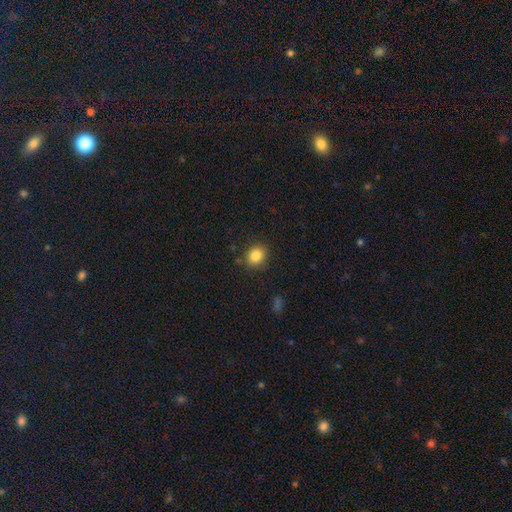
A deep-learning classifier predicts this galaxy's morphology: Smooth or featured? Predicted: smooth (p=0.84). How rounded? Predicted: round (p=0.69). Merging? Predicted: none (p=0.85).